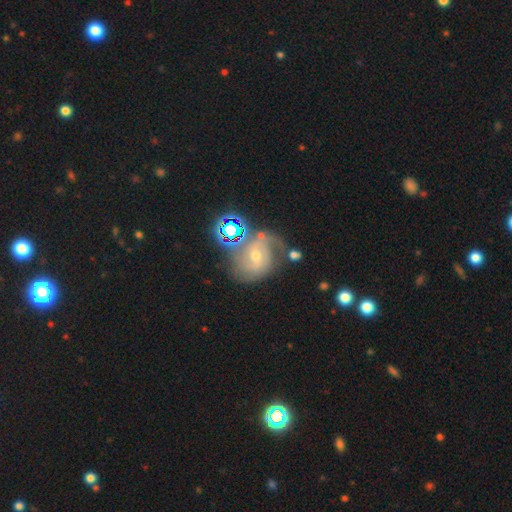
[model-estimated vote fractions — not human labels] Smooth or featured? featured or disk (76%)
Edge-on disk? no (97%)
Bar? weak (43%)
Spiral arms? yes (93%)
Spiral winding? medium (42%, tied with tight)
Spiral arm count? 2 (55%)
Bulge size? small (53%)
Merging? none (53%)